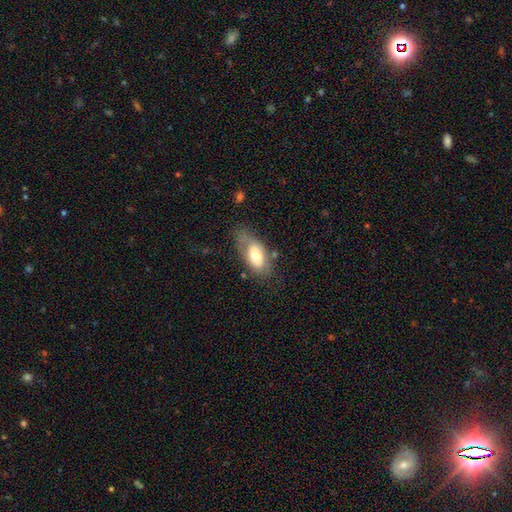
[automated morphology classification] The model was most divided on "merging": none: 50%, minor disturbance: 29%, major disturbance: 15%, merger: 5%. More confident: how rounded — in between (90%); smooth or featured — smooth (64%).